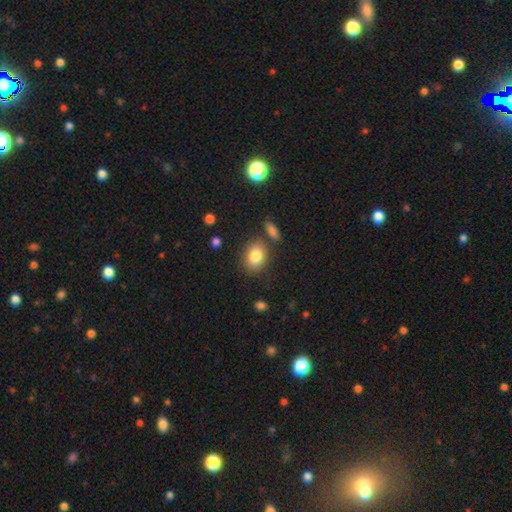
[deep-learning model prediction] This appears to be a smooth galaxy with no disk features (82%) that is in between round and cigar-shaped (57%). Merging: none (76%).